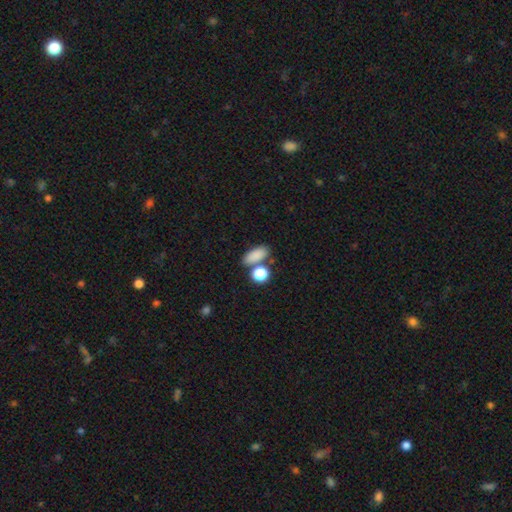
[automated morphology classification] Smooth or featured: smooth — 84% (star or artifact — 10%)
How rounded: in between — 78% (round — 13%)
Merging: none — 66% (merger — 19%)